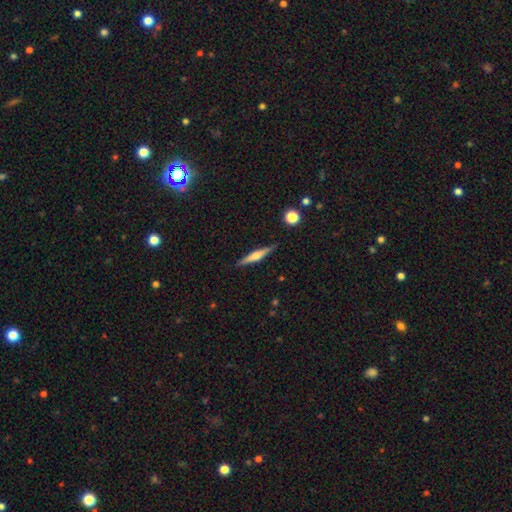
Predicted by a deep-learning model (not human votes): A featured or disk galaxy (60%) viewed edge-on (97%) with a rounded central bulge (76%).

Vote fractions:
- Smooth or featured? featured or disk: 60% / smooth: 34% / star or artifact: 6%
- Edge-on disk? yes: 97% / no: 3%
- Edge-on bulge? rounded: 76% / boxy: 13% / none: 11%
- Merging? none: 89% / minor disturbance: 8% / major disturbance: 2% / merger: 1%